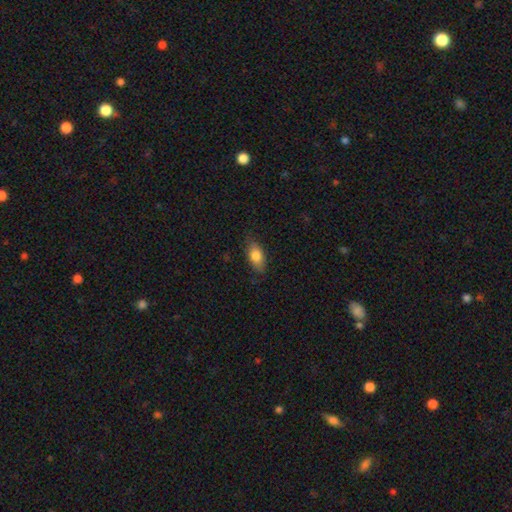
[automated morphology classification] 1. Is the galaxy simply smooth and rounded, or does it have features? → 78% smooth, 15% featured or disk, 7% star or artifact.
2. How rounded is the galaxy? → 84% in between, 11% cigar-shaped, 5% round.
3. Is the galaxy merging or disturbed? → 81% none, 15% minor disturbance, 3% major disturbance, 1% merger.